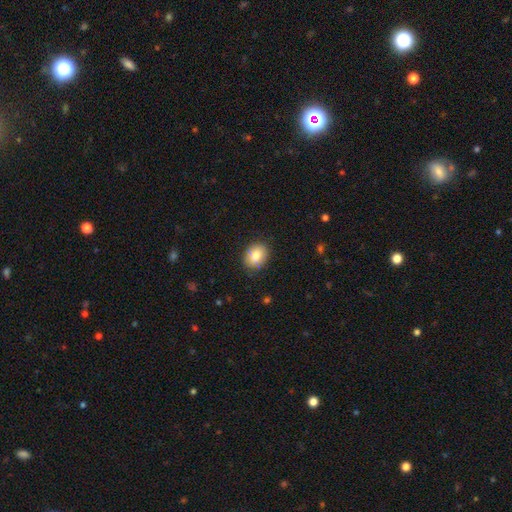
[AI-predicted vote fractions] Smooth or featured?
  - smooth: 82% *
  - featured or disk: 9%
  - star or artifact: 8%
How rounded?
  - in between: 54% *
  - round: 45%
  - cigar-shaped: 1%
Merging?
  - none: 86% *
  - minor disturbance: 10%
  - major disturbance: 2%
  - merger: 1%